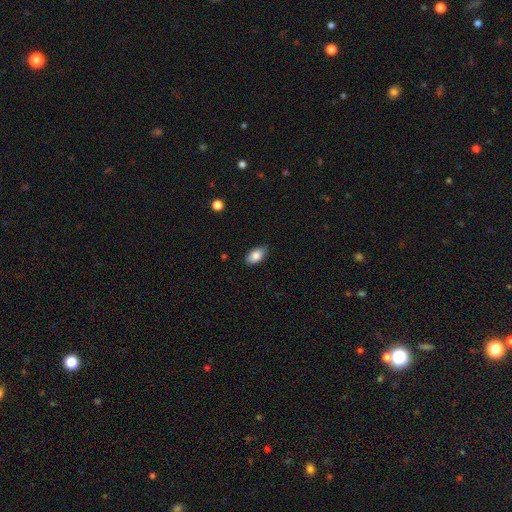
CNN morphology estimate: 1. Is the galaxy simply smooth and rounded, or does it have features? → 85% smooth, 8% featured or disk, 7% star or artifact.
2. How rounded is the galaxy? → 92% in between, 5% round, 2% cigar-shaped.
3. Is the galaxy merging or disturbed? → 83% none, 14% minor disturbance, 2% major disturbance, 1% merger.